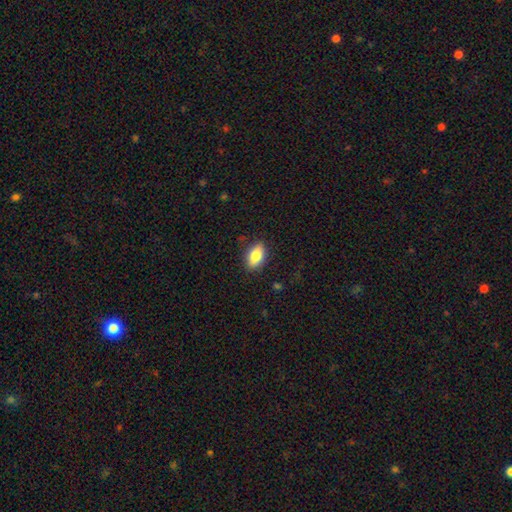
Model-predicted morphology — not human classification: This is clearly a smooth galaxy (81%). How rounded: clearly in between (88%). Merging: clearly none (84%).